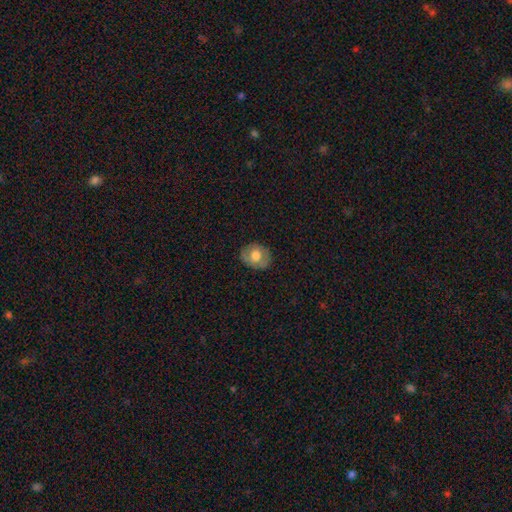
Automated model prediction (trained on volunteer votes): Smooth or featured: smooth — 64% (featured or disk — 28%)
How rounded: round — 55% (in between — 44%)
Merging: none — 82% (minor disturbance — 14%)